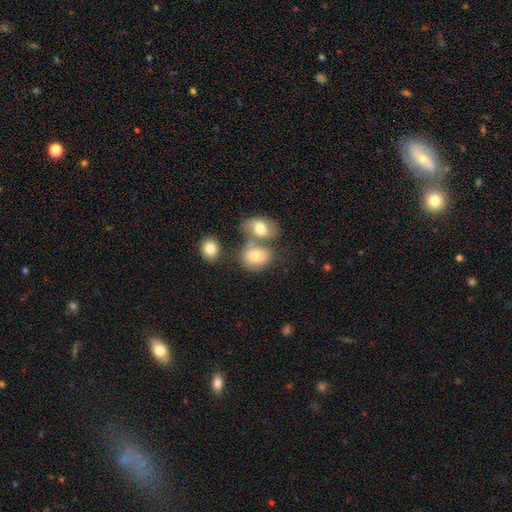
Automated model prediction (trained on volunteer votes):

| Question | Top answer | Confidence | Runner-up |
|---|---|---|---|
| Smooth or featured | smooth | 75% | featured or disk (16%) |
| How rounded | in between | 59% | round (40%) |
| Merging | merger | 46% | none (37%) |